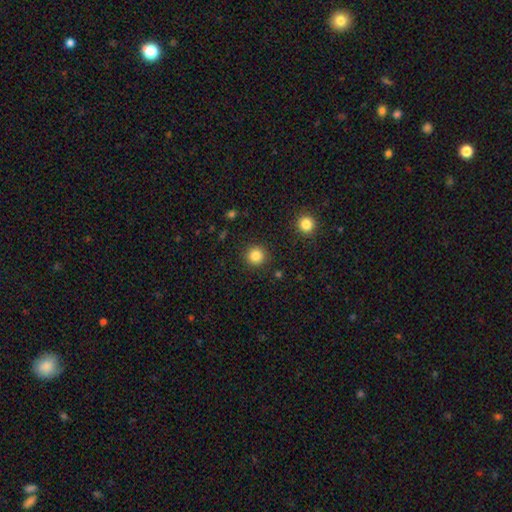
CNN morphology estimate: Q: Smooth or featured?
A: smooth (84%); runner-up: star or artifact (12%)
Q: How rounded?
A: round (94%); runner-up: in between (5%)
Q: Merging?
A: none (91%); runner-up: minor disturbance (6%)